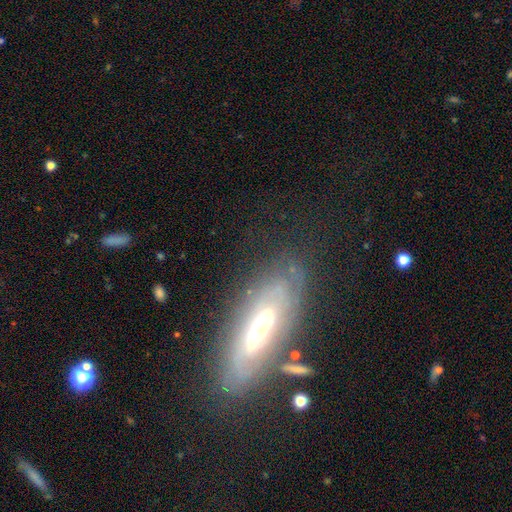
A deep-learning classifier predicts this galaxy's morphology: smooth_or_featured: featured or disk (p=0.71) [alt: smooth p=0.20]
disk_edge_on: no (p=0.66) [alt: yes p=0.34]
merging: none (p=0.73) [alt: minor disturbance p=0.17]